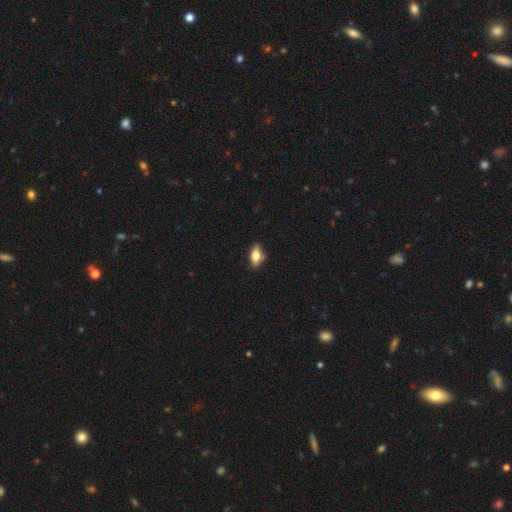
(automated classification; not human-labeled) This is likely a smooth galaxy (70%). How rounded: clearly in between (84%). Merging: clearly none (81%).